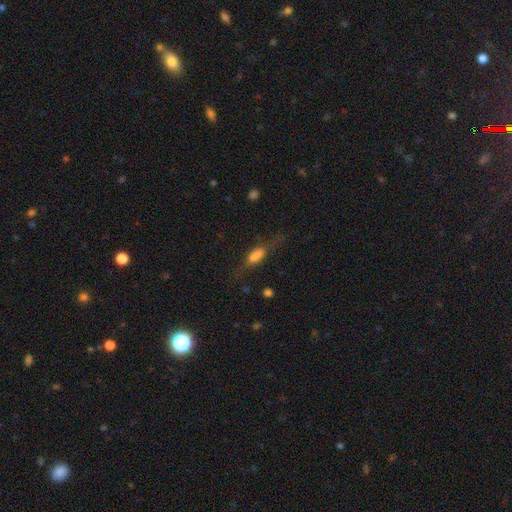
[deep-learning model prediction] Morphology: type=smooth (53%); roundness=in between (50%); merging=none (47%).